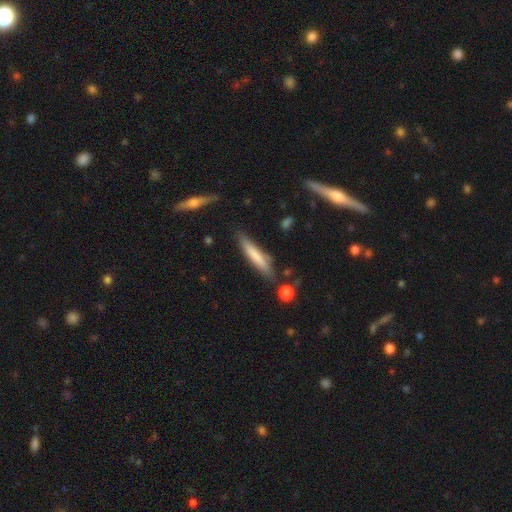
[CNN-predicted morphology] smooth-or-featured: smooth: 71% | featured or disk: 23% | star or artifact: 6%
  how-rounded: cigar-shaped: 89% | in between: 10% | round: 1%
  merging: none: 80% | minor disturbance: 13% | merger: 4% | major disturbance: 3%